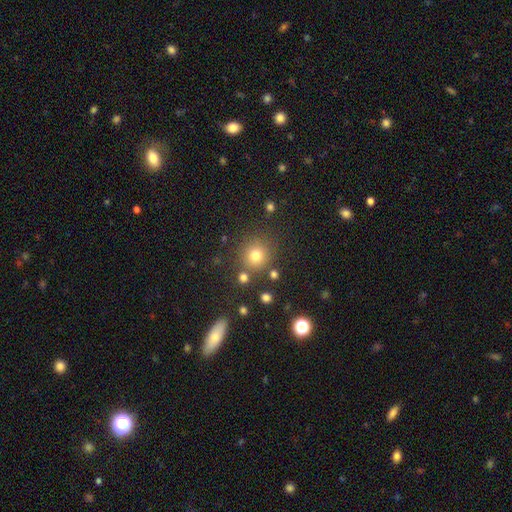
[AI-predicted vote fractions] The model was most divided on "smooth or featured": smooth: 77%, star or artifact: 16%, featured or disk: 7%. More confident: how rounded — round (91%); merging — none (81%).